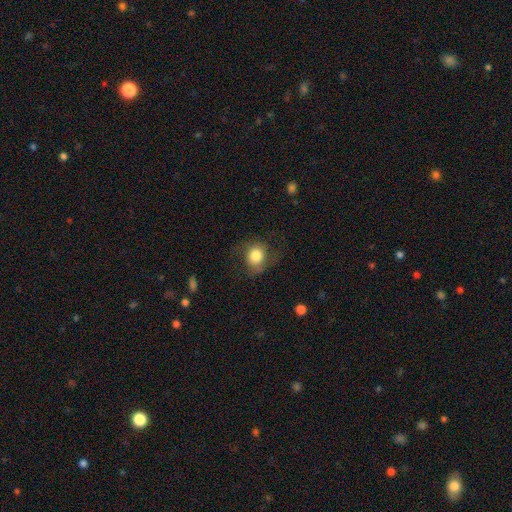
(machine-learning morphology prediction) This is likely a smooth galaxy (76%). How rounded: likely round (66%). Merging: likely none (62%).